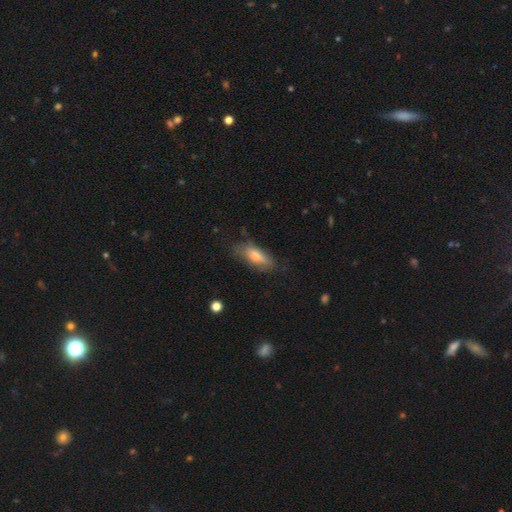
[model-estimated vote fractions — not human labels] Smooth or featured?
  - smooth: 75% *
  - featured or disk: 18%
  - star or artifact: 7%
How rounded?
  - in between: 70% *
  - cigar-shaped: 28%
  - round: 2%
Merging?
  - none: 65% *
  - minor disturbance: 25%
  - major disturbance: 8%
  - merger: 2%